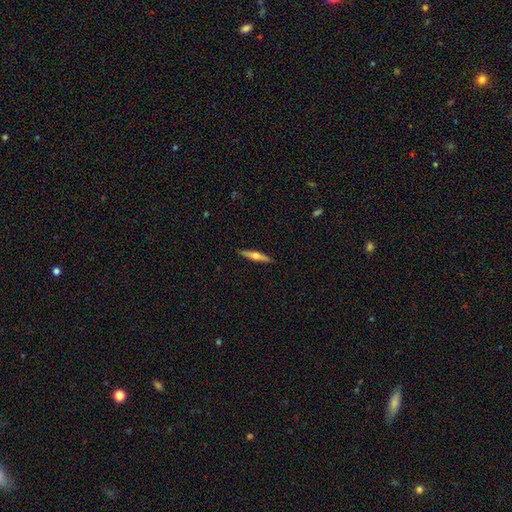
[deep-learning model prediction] smooth_or_featured: featured or disk (p=0.54) [alt: smooth p=0.40]
disk_edge_on: yes (p=0.95) [alt: no p=0.05]
edge_on_bulge: rounded (p=0.91) [alt: none p=0.05]
merging: none (p=0.90) [alt: minor disturbance p=0.07]